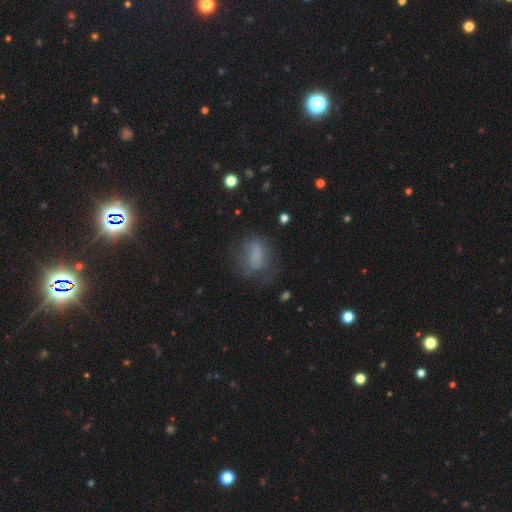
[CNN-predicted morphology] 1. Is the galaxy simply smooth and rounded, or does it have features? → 63% smooth, 22% featured or disk, 15% star or artifact.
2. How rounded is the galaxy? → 70% in between, 26% round, 5% cigar-shaped.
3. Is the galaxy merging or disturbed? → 47% none, 26% minor disturbance, 24% major disturbance, 3% merger.